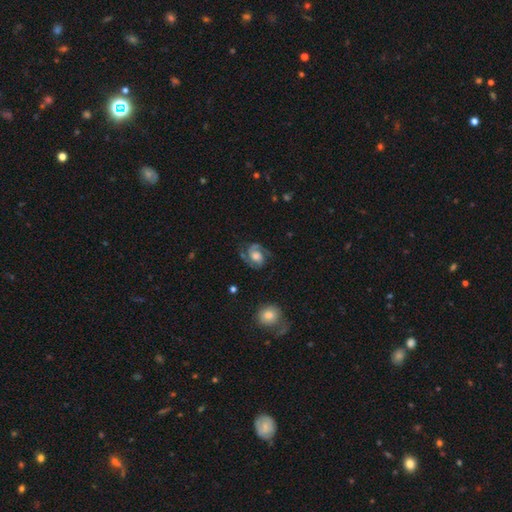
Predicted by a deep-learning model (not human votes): Smooth or featured? featured or disk (80%)
Edge-on disk? no (98%)
Bar? no (59%)
Spiral arms? yes (96%)
Spiral winding? medium (52%)
Spiral arm count? 2 (89%)
Bulge size? moderate (41%)
Merging? none (72%)